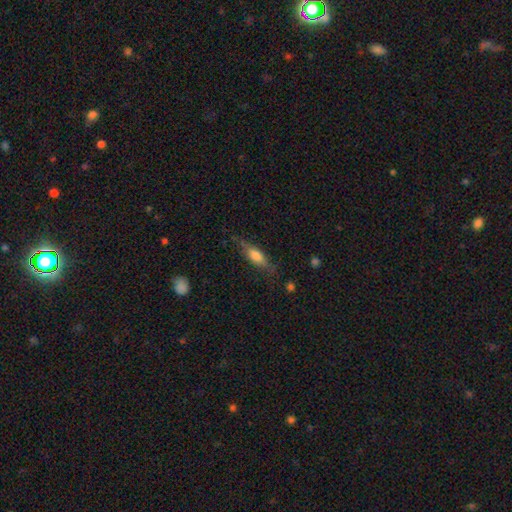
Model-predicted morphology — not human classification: The model was most divided on "how rounded": in between: 52%, cigar-shaped: 45%, round: 3%. More confident: merging — none (69%); smooth or featured — smooth (63%).